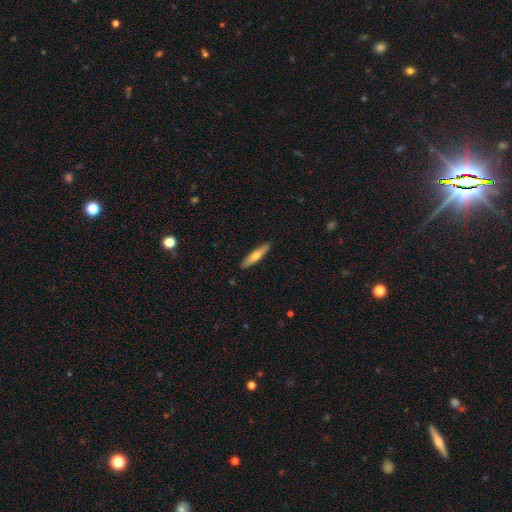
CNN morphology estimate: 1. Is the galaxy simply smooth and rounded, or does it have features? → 58% smooth, 36% featured or disk, 5% star or artifact.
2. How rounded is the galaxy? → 84% cigar-shaped, 15% in between, 2% round.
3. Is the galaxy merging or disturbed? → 90% none, 7% minor disturbance, 1% major disturbance, 1% merger.